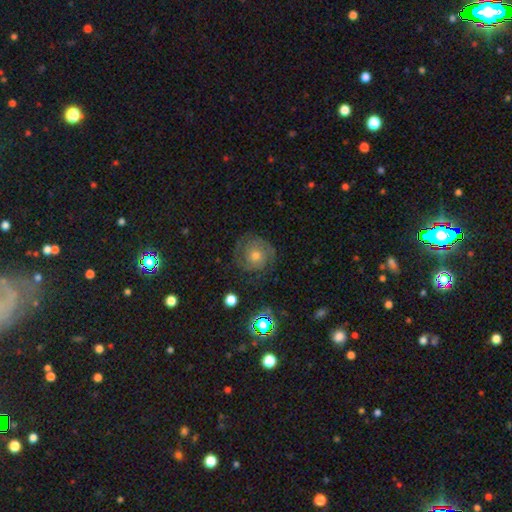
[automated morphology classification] A featured or disk galaxy (72%) with no bar (81%), 2 (56%) tight (68%) spiral arms (93%) and a moderate central bulge (63%).

Vote fractions:
- Smooth or featured? featured or disk: 72% / smooth: 17% / star or artifact: 11%
- Edge-on disk? no: 98% / yes: 2%
- Bar? no: 81% / weak: 15% / strong: 3%
- Spiral arms? yes: 93% / no: 7%
- Spiral winding? tight: 68% / medium: 26% / loose: 6%
- Spiral arm count? 2: 56% / can't tell: 19% / 3: 12% / 1: 5% / 4: 4% / more than 4: 4%
- Bulge size? moderate: 63% / small: 30% / large: 5% / none: 2% / dominant: 1%
- Merging? none: 80% / minor disturbance: 13% / major disturbance: 6% / merger: 1%